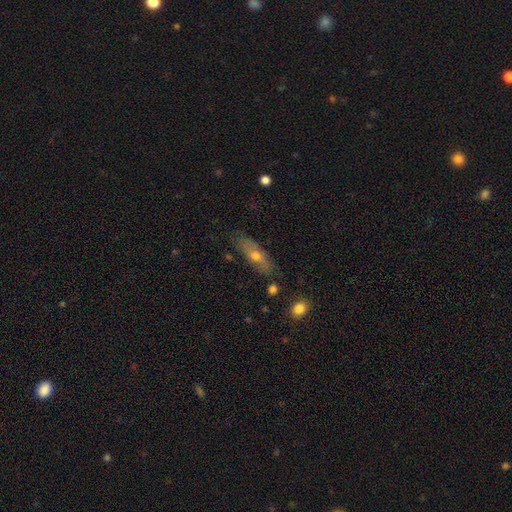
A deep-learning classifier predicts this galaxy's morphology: A smooth galaxy with no disk features (46%).

Vote fractions:
- Smooth or featured? smooth: 46% / featured or disk: 45% / star or artifact: 9%
- Merging? none: 77% / minor disturbance: 16% / major disturbance: 4% / merger: 2%